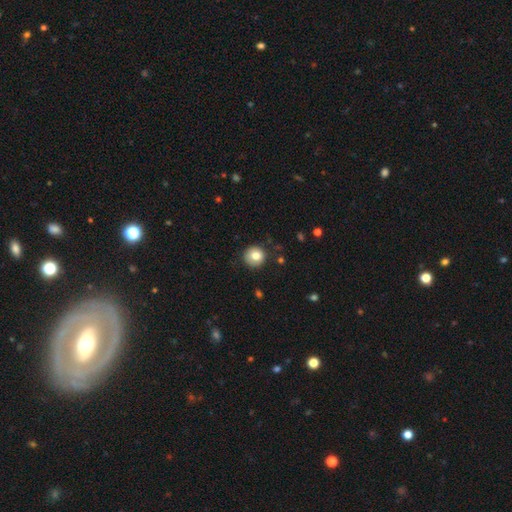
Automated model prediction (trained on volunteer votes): Overall: smooth (80%). How rounded: round (93%). Merging: none (85%).